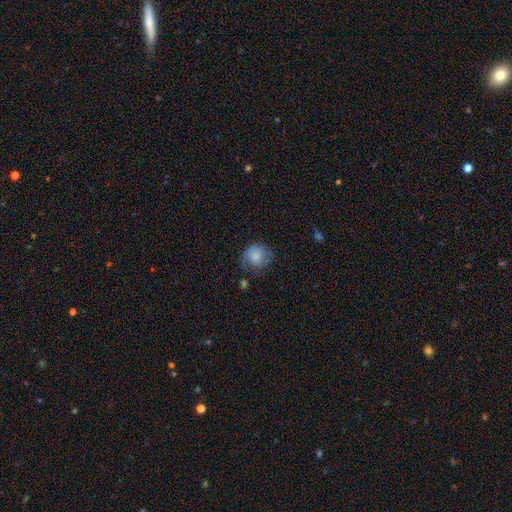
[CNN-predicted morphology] Overall: smooth (73%). How rounded: round (79%). Merging: none (56%; minor disturbance 28%).